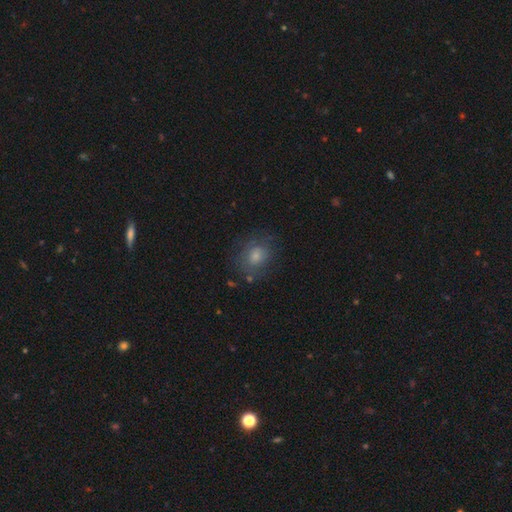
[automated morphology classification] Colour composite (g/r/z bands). It shows a smooth galaxy with no disk features (61%) that is round (64%). Merging: none (74%).